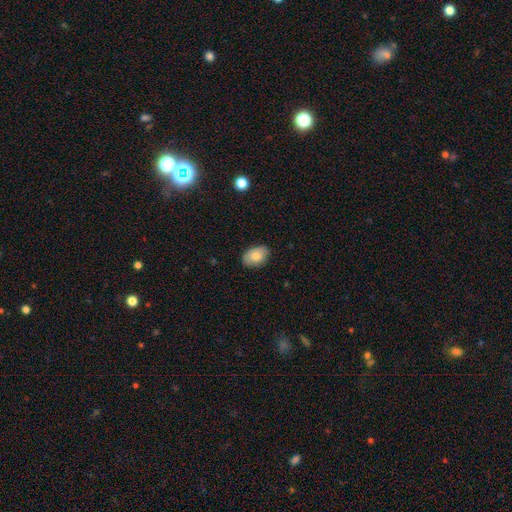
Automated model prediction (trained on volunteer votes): A smooth galaxy with no disk features (82%) that is in between round and cigar-shaped (88%).

Vote fractions:
- Smooth or featured? smooth: 82% / featured or disk: 11% / star or artifact: 7%
- How rounded? in between: 88% / round: 11% / cigar-shaped: 1%
- Merging? none: 83% / minor disturbance: 14% / major disturbance: 2% / merger: 1%